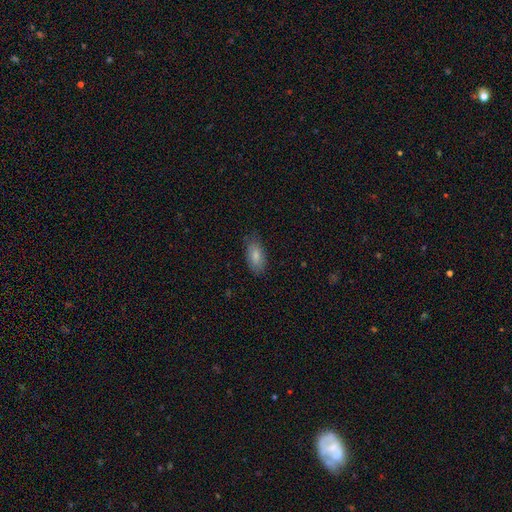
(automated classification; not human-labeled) smooth 82%, featured or disk 12%, star or artifact 6%. Down the decision tree: how rounded — in between (90%); merging — none (79%).